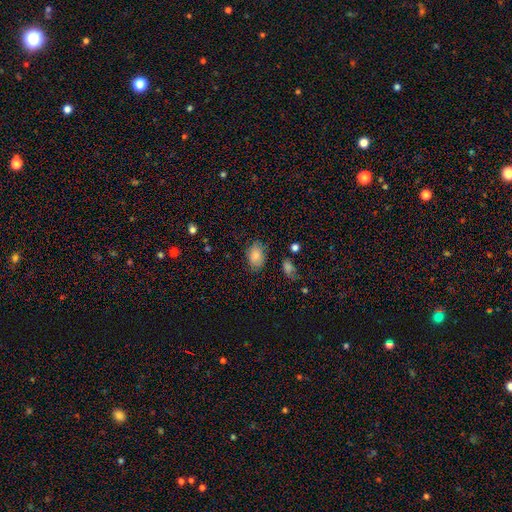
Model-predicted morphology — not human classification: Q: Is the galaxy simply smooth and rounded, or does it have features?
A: smooth — 83%.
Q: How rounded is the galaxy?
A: in between — 79%.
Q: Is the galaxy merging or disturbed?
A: none — 74%.